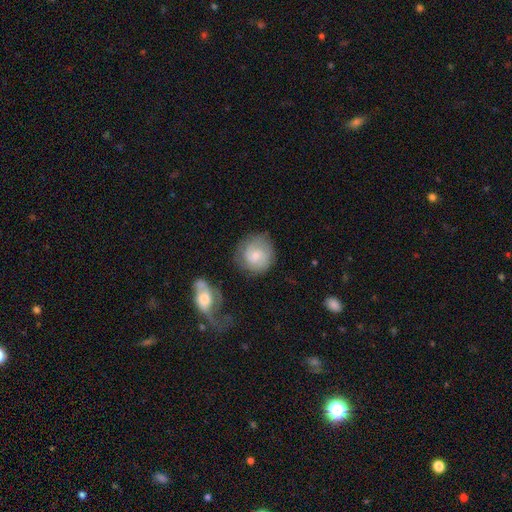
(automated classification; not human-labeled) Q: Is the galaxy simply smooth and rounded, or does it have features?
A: featured or disk — 56%.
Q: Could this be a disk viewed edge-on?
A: no — 98%.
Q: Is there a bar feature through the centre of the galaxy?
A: no — 51%.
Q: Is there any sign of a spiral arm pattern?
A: yes — 91%.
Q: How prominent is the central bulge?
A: small — 50%.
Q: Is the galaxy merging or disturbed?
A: none — 76%.